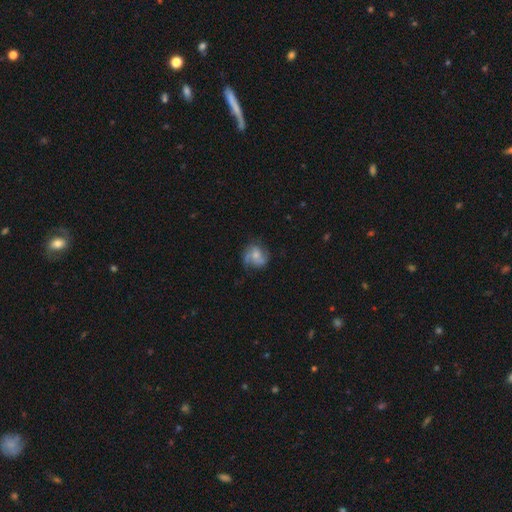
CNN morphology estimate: This appears to be a featured or disk galaxy (61%) with no bar (68%), 2 (58%) medium (46%) spiral arms (87%) and a moderate central bulge (44%). Merging: none (64%).